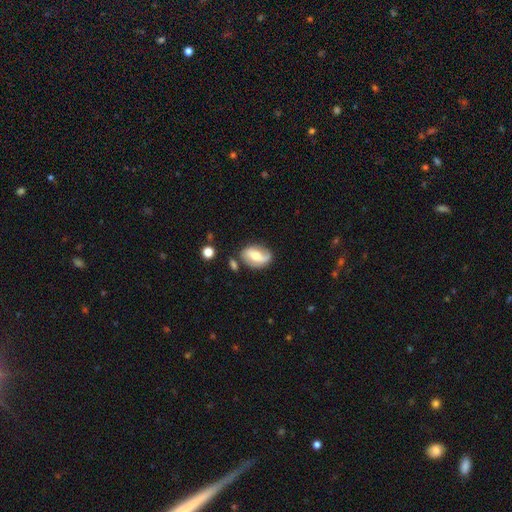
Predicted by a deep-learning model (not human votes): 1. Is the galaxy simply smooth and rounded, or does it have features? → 63% featured or disk, 31% smooth, 7% star or artifact.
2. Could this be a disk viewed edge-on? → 95% no, 5% yes.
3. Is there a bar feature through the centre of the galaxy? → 38% weak, 36% no, 26% strong.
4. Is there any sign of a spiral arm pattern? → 80% yes, 20% no.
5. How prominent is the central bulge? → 69% moderate, 22% small, 6% large, 1% none, 1% dominant.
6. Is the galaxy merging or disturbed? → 66% none, 20% minor disturbance, 7% major disturbance, 6% merger.